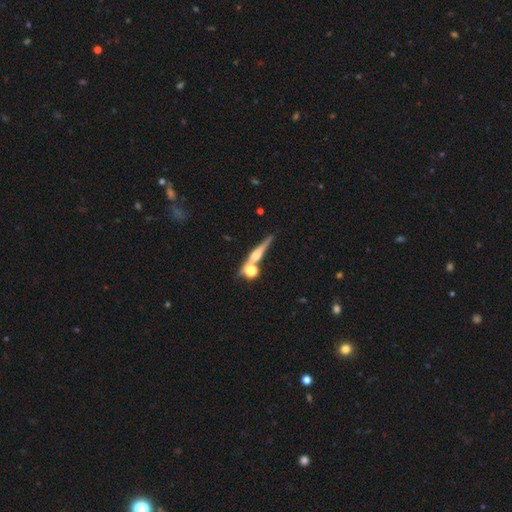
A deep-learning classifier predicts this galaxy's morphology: Overall: featured or disk (51%; smooth 37%). Edge-on disk: yes (88%). Merging: none (58%; merger 23%).